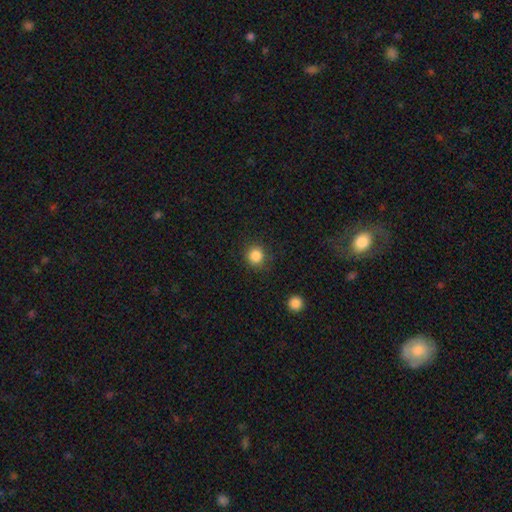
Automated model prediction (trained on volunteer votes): This is clearly a smooth galaxy (86%). How rounded: clearly round (91%). Merging: clearly none (88%).